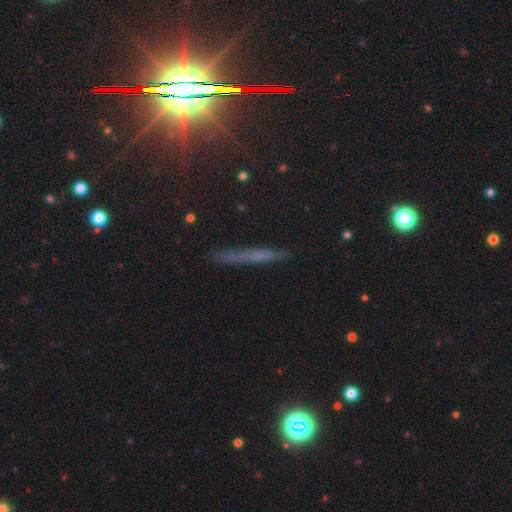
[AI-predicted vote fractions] Overall: featured or disk (41%; smooth 38%). Merging: none (84%).